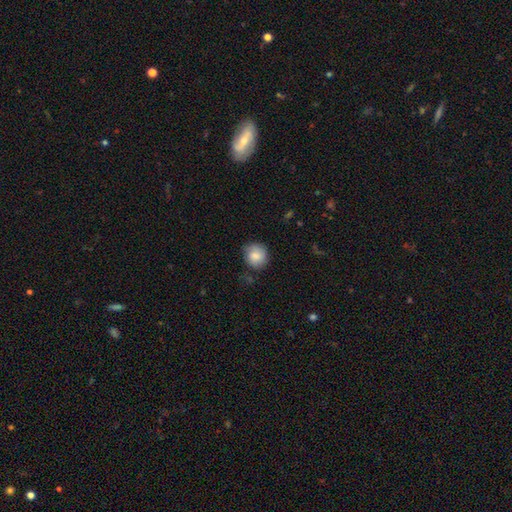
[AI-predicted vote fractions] Smooth or featured? Predicted: smooth (p=0.79). How rounded? Predicted: round (p=0.87). Merging? Predicted: none (p=0.71).